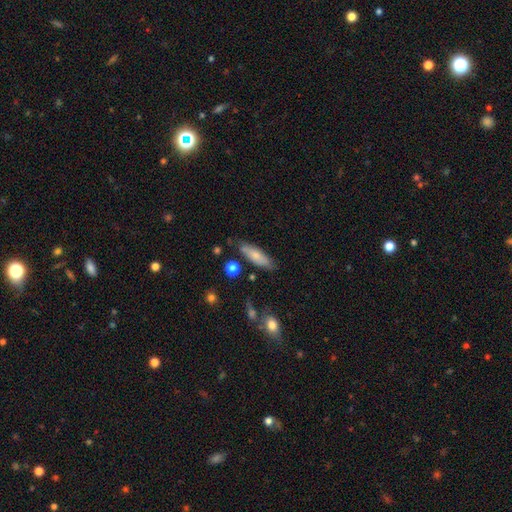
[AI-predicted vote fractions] A smooth galaxy with no disk features (74%) that is cigar-shaped (51%).

Vote fractions:
- Smooth or featured? smooth: 74% / featured or disk: 20% / star or artifact: 6%
- How rounded? cigar-shaped: 51% / in between: 47% / round: 2%
- Merging? none: 77% / minor disturbance: 16% / merger: 4% / major disturbance: 3%